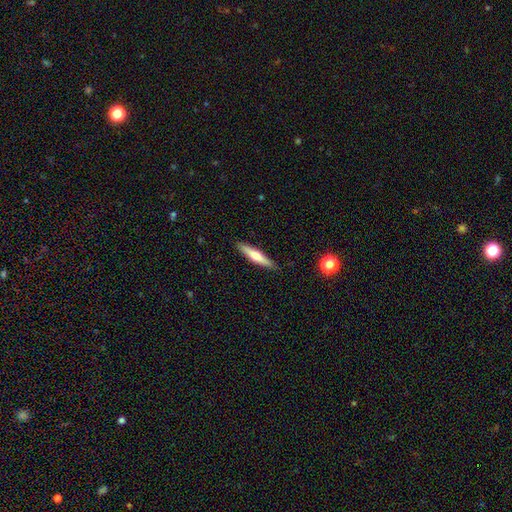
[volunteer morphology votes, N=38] Volunteers were most divided on "smooth or featured": featured or disk: 53%, smooth: 42%, star or artifact: 5%. More confident: merging — none (100%); edge-on disk — yes (95%); edge-on bulge — rounded (84%).